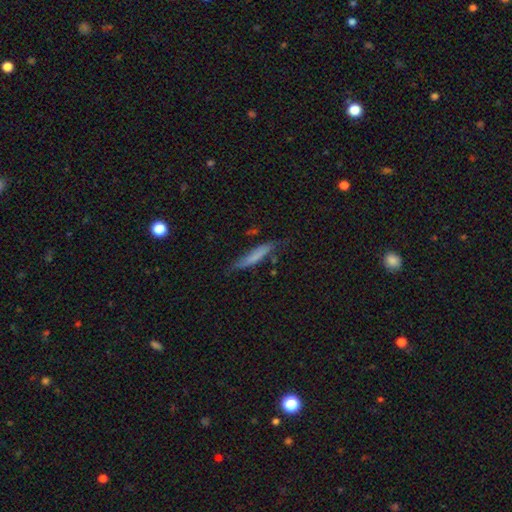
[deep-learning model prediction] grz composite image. It shows a smooth galaxy with no disk features (67%) that is cigar-shaped (90%). Merging: none (70%).